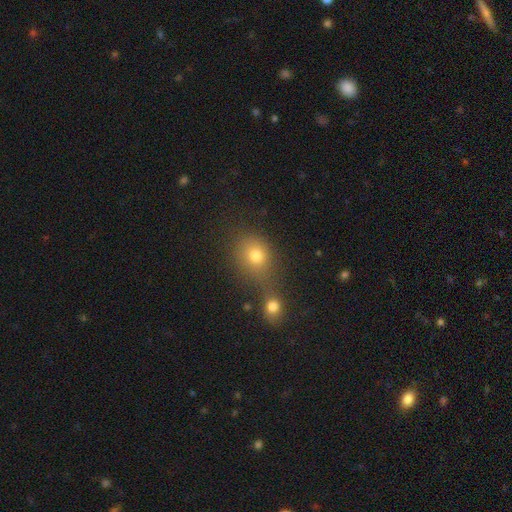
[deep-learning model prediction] Smooth or featured? smooth (74%)
How rounded? round (65%)
Merging? merger (43%)